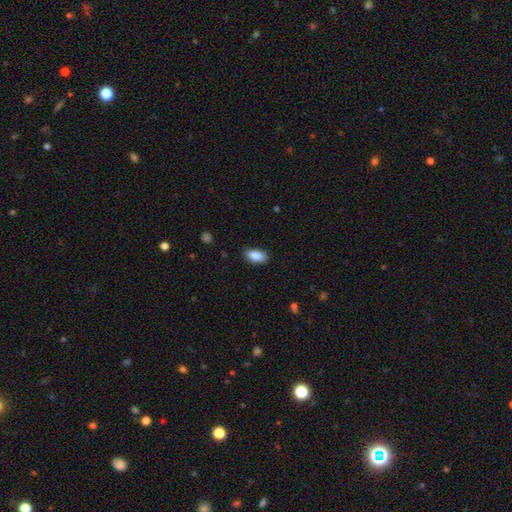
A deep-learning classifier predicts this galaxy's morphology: smooth_or_featured: smooth (p=0.88) [alt: star or artifact p=0.07]
how_rounded: in between (p=0.92) [alt: cigar-shaped p=0.05]
merging: none (p=0.85) [alt: minor disturbance p=0.11]